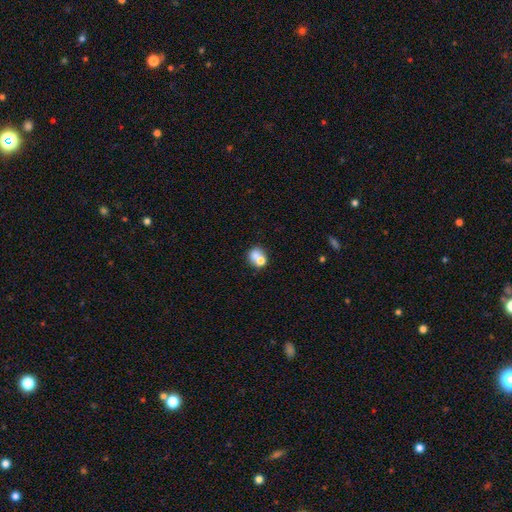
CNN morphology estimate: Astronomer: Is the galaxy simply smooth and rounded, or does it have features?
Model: smooth — 68%.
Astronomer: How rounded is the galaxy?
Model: round — 73%.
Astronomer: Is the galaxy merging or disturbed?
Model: merger — 53% (runner-up: none, 34%).